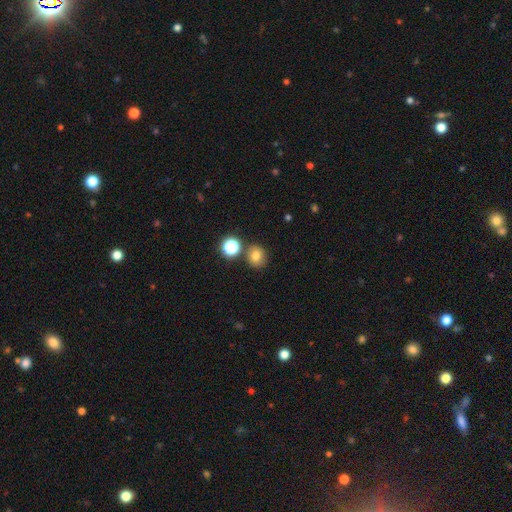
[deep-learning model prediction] The model was most divided on "how rounded": round: 76%, in between: 23%, cigar-shaped: 1%. More confident: merging — none (76%); smooth or featured — smooth (75%).